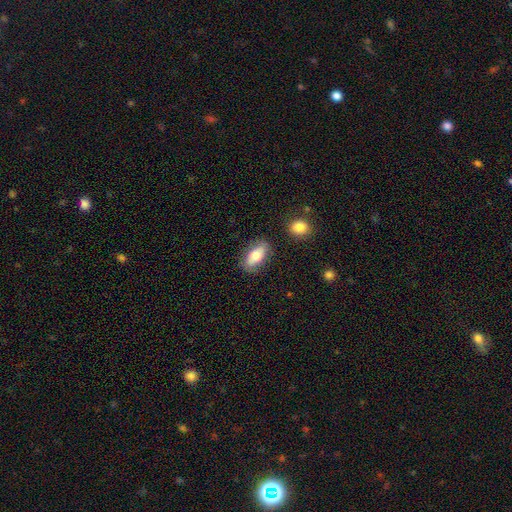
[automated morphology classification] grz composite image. It shows a smooth galaxy with no disk features (72%) that is in between round and cigar-shaped (85%). Merging: none (79%).